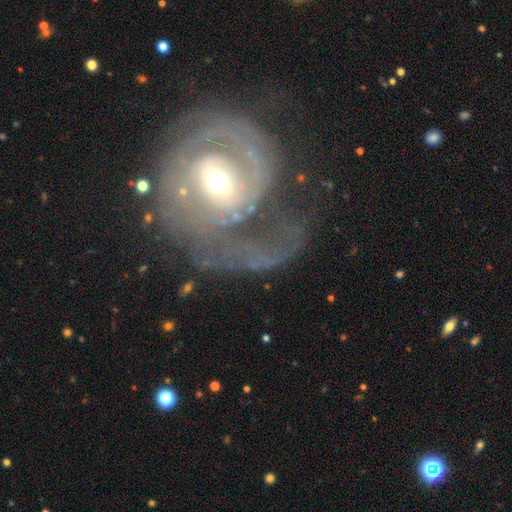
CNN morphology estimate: Smooth or featured? Predicted: featured or disk (p=0.78). Edge-on disk? Predicted: no (p=0.97). Bar? Predicted: no (p=0.46). Spiral arms? Predicted: yes (p=0.75). Spiral winding? Predicted: tight (p=0.40). Spiral arm count? Predicted: 2 (p=0.36). Bulge size? Predicted: moderate (p=0.64). Merging? Predicted: major disturbance (p=0.48).